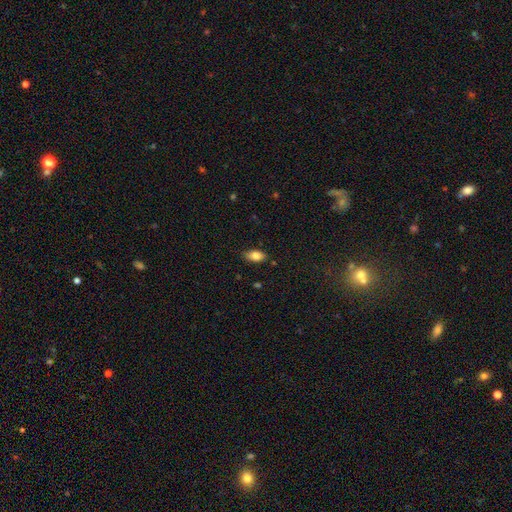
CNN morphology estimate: smooth-or-featured: smooth: 82% | featured or disk: 10% | star or artifact: 8%
  how-rounded: in between: 91% | cigar-shaped: 5% | round: 4%
  merging: none: 84% | minor disturbance: 12% | major disturbance: 2% | merger: 1%